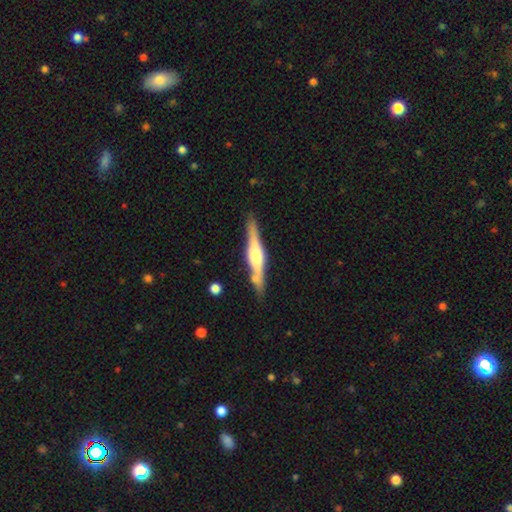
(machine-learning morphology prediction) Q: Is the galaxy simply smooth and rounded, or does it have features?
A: featured or disk — 71%.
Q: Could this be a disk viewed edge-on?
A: yes — 97%.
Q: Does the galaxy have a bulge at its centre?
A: rounded — 76%.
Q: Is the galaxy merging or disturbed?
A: none — 82%.